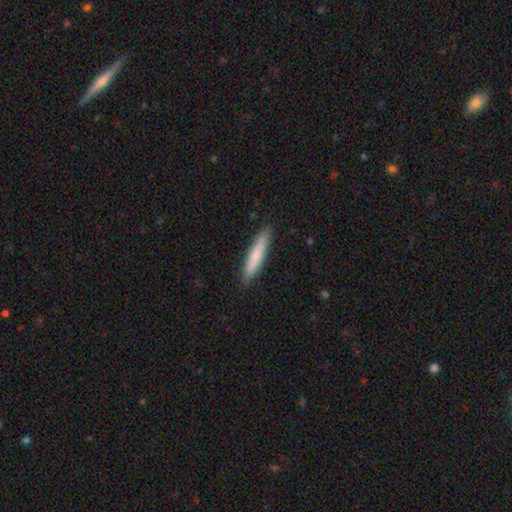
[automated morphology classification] A smooth galaxy with no disk features (75%) that is cigar-shaped (91%). Merging: none (90%).